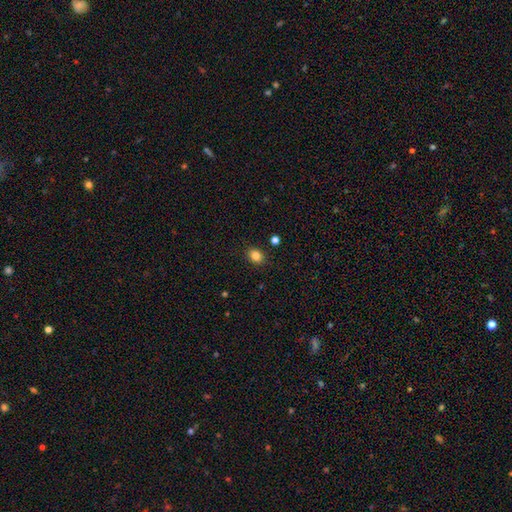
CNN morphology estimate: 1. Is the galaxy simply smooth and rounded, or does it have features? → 83% smooth, 11% star or artifact, 6% featured or disk.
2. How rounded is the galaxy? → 51% in between, 48% round, 1% cigar-shaped.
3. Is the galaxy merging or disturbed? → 88% none, 8% minor disturbance, 2% major disturbance, 2% merger.